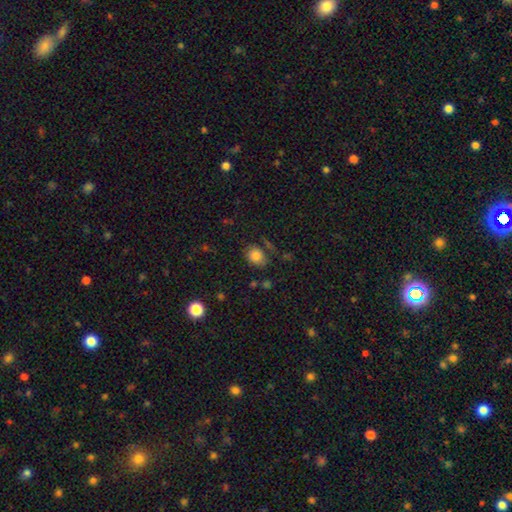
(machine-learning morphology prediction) Smooth or featured?
  - smooth: 81% *
  - star or artifact: 12%
  - featured or disk: 8%
How rounded?
  - in between: 54% *
  - round: 45%
  - cigar-shaped: 1%
Merging?
  - none: 67% *
  - minor disturbance: 20%
  - major disturbance: 8%
  - merger: 5%